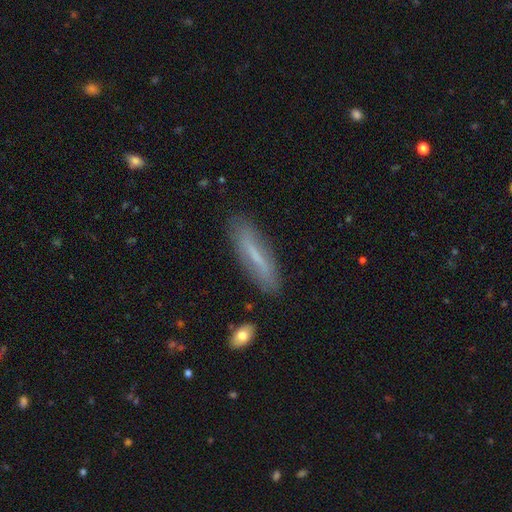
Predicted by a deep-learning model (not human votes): Smooth or featured? Predicted: smooth (p=0.54). How rounded? Predicted: cigar-shaped (p=0.80). Merging? Predicted: none (p=0.82).